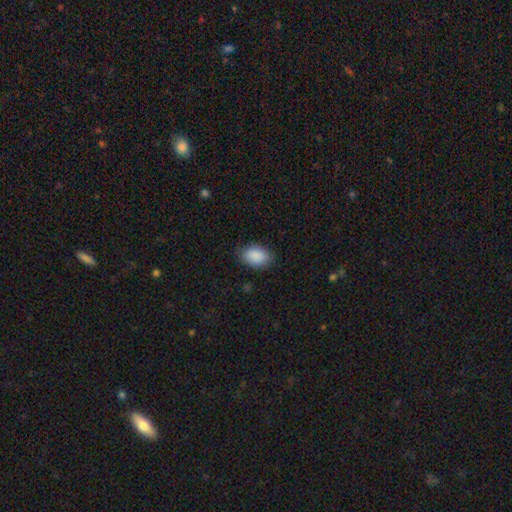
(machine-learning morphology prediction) A smooth galaxy with no disk features (89%) that is in between round and cigar-shaped (86%). Merging: none (79%).